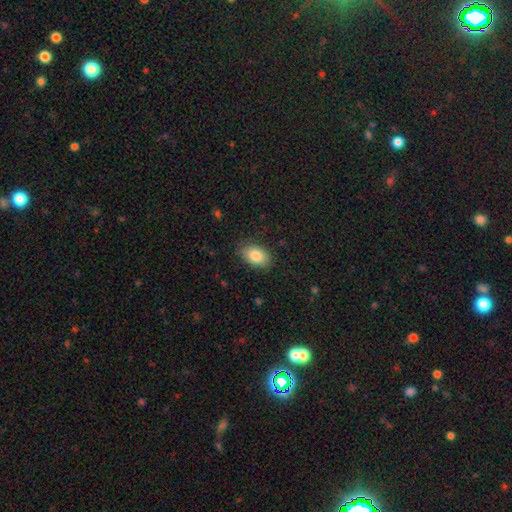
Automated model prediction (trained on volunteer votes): A smooth galaxy with no disk features (83%) that is in between round and cigar-shaped (90%). Merging: none (79%).